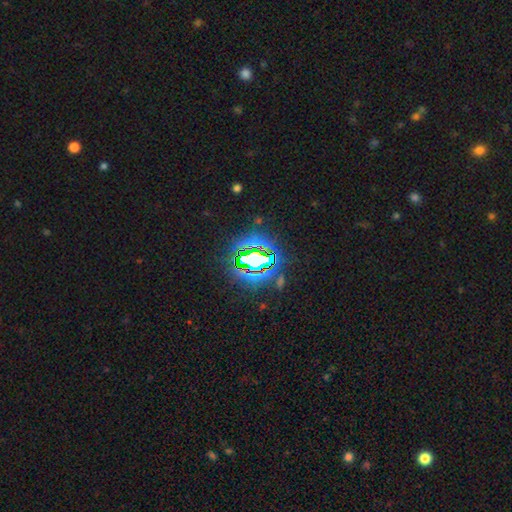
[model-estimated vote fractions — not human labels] Overall: star or artifact (75%).